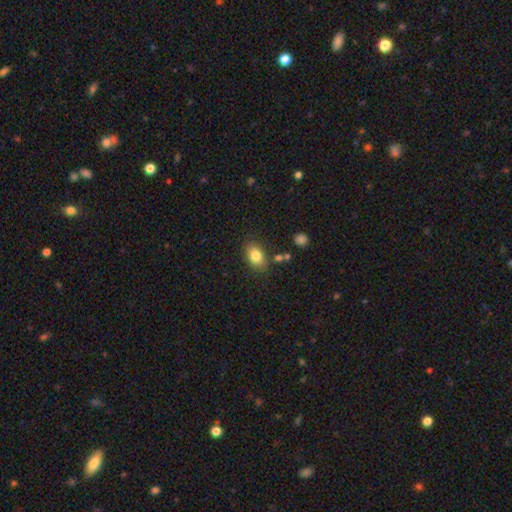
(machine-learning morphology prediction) The model was most divided on "how rounded": in between: 80%, round: 18%, cigar-shaped: 1%. More confident: smooth or featured — smooth (82%); merging — none (80%).